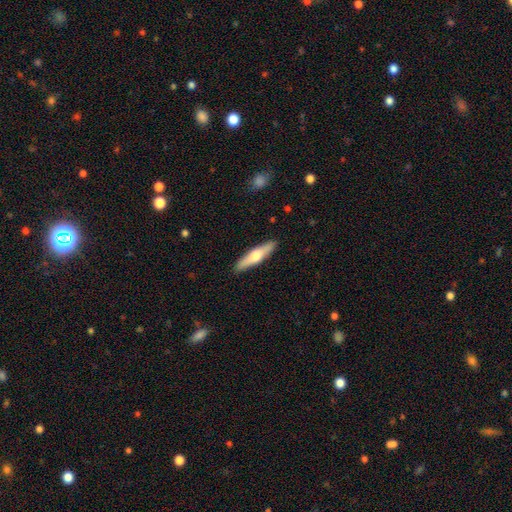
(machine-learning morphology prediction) A smooth galaxy with no disk features (52%) that is cigar-shaped (77%).

Vote fractions:
- Smooth or featured? smooth: 52% / featured or disk: 43% / star or artifact: 5%
- How rounded? cigar-shaped: 77% / in between: 21% / round: 2%
- Merging? none: 90% / minor disturbance: 7% / major disturbance: 2% / merger: 1%